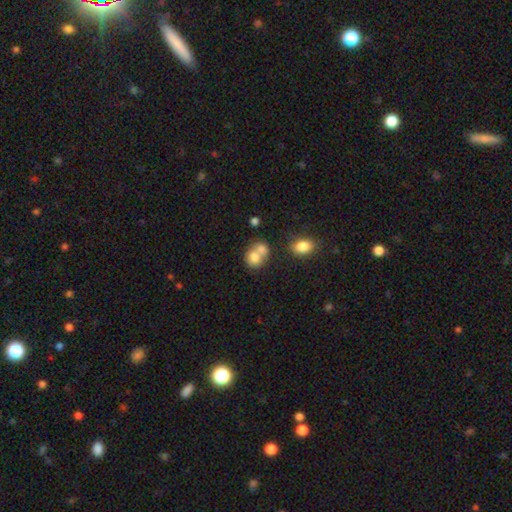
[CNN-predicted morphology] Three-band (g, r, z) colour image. It shows a smooth galaxy with no disk features (75%) that is round (57%). Merging: merger (63%).